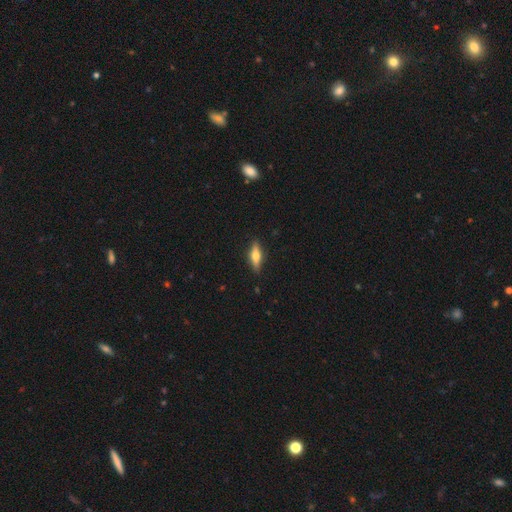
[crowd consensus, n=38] Smooth or featured? smooth (50%)
How rounded? cigar-shaped (63%)
Merging? none (83%)